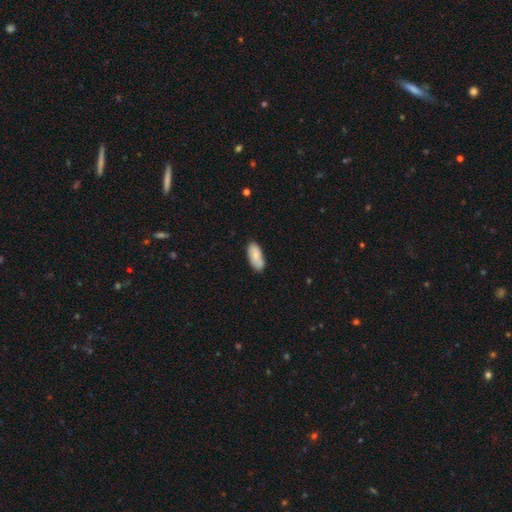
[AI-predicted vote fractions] Smooth or featured: smooth — 81% (featured or disk — 13%)
How rounded: in between — 88% (cigar-shaped — 11%)
Merging: none — 77% (minor disturbance — 17%)